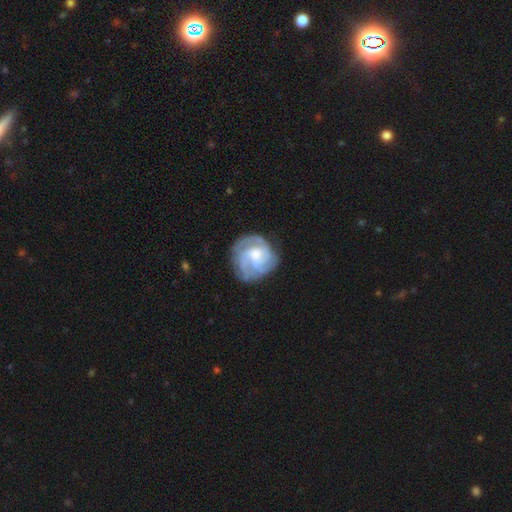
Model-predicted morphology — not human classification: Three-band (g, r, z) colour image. It shows a featured or disk galaxy (75%) with no bar (65%), 3 (32%) tight (54%) spiral arms (92%) and a moderate central bulge (52%). Merging: none (71%).